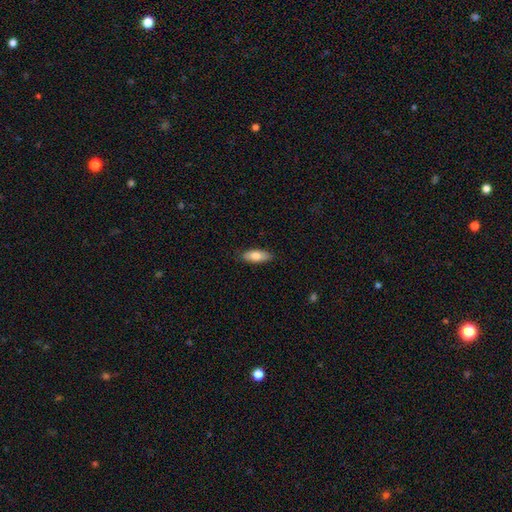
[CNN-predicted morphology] This is likely a smooth galaxy (80%). How rounded: likely in between (76%). Merging: clearly none (86%).